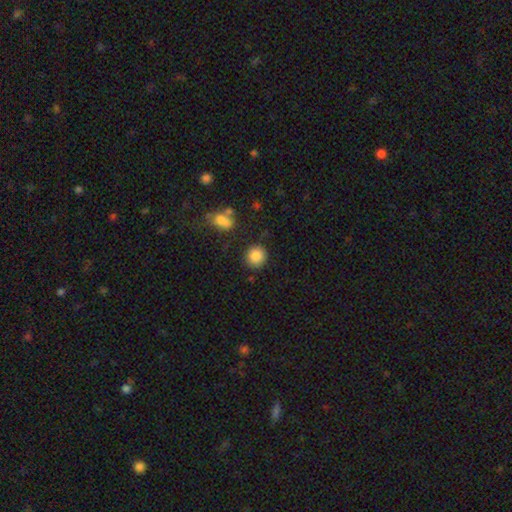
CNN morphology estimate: smooth-or-featured: smooth: 87% | star or artifact: 9% | featured or disk: 5%
  how-rounded: round: 90% | in between: 9% | cigar-shaped: 1%
  merging: none: 85% | minor disturbance: 9% | merger: 3% | major disturbance: 3%